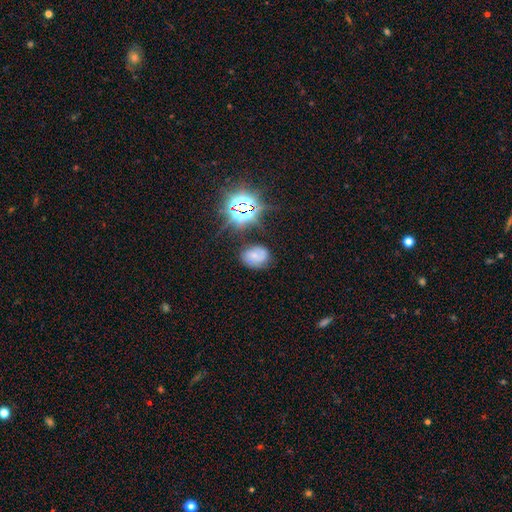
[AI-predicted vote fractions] smooth 46%, featured or disk 31%, star or artifact 23%. Down the decision tree: merging — none (65%).